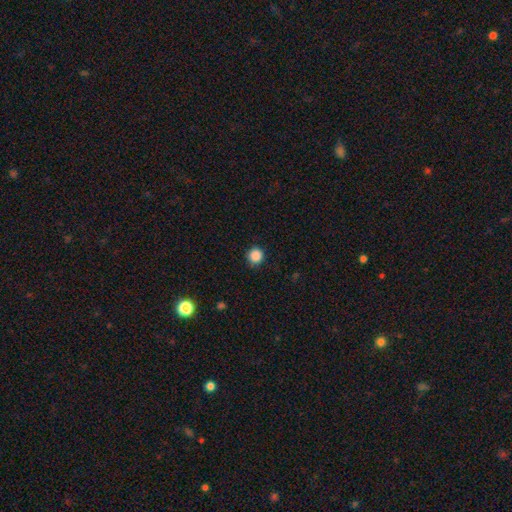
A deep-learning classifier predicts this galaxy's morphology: The model was most divided on "smooth or featured": smooth: 87%, star or artifact: 10%, featured or disk: 2%. More confident: how rounded — round (95%); merging — none (88%).